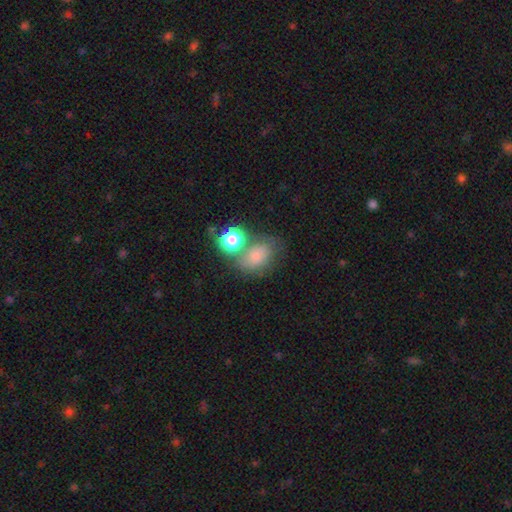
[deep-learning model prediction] Smooth or featured? Predicted: smooth (p=0.72). How rounded? Predicted: in between (p=0.67). Merging? Predicted: none (p=0.52).